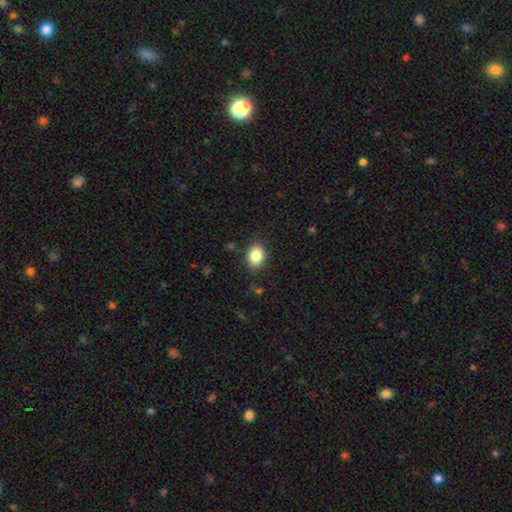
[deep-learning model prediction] Morphology: type=smooth (84%); roundness=in between (69%); merging=none (86%).